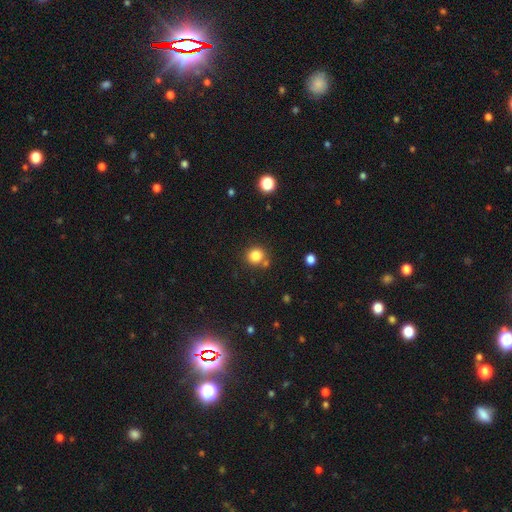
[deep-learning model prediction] This appears to be a smooth galaxy with no disk features (83%) that is round (89%). Merging: none (77%).